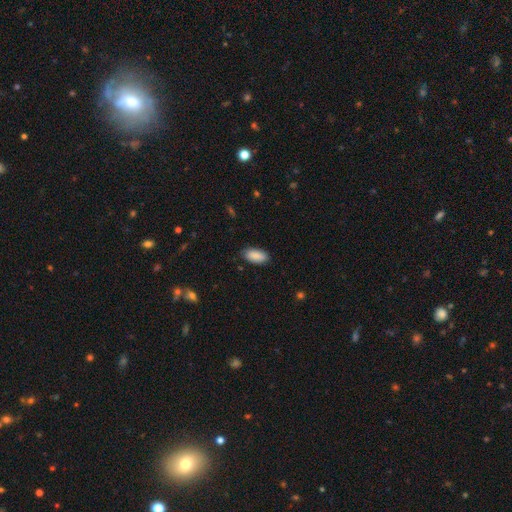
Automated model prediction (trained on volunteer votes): This appears to be a smooth galaxy with no disk features (89%) that is in between round and cigar-shaped (92%). Merging: none (86%).